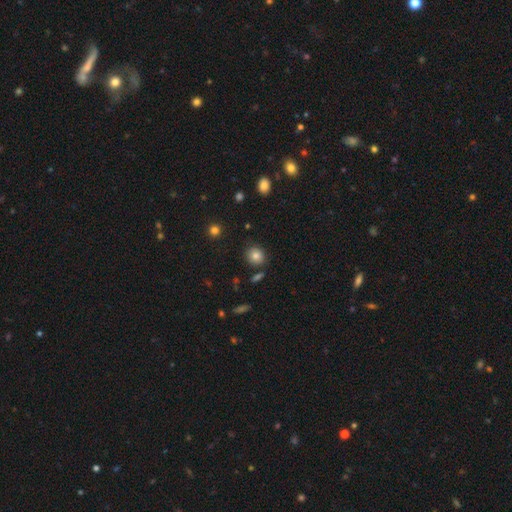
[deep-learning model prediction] Smooth or featured?
  - smooth: 82% *
  - star or artifact: 11%
  - featured or disk: 7%
How rounded?
  - round: 80% *
  - in between: 19%
  - cigar-shaped: 1%
Merging?
  - none: 83% *
  - minor disturbance: 10%
  - merger: 4%
  - major disturbance: 3%